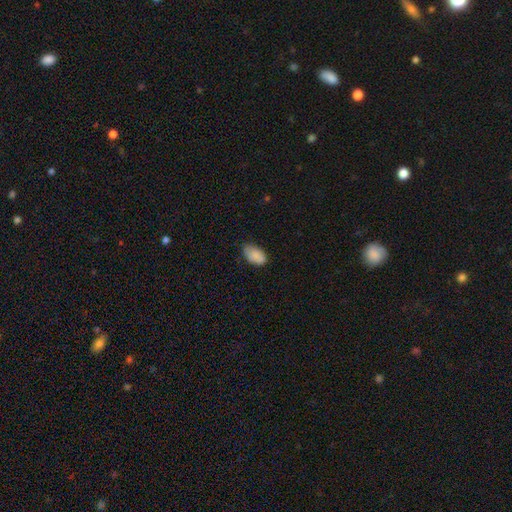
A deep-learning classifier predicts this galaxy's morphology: smooth_or_featured: smooth (p=0.85) [alt: featured or disk p=0.07]
how_rounded: in between (p=0.93) [alt: round p=0.06]
merging: none (p=0.66) [alt: minor disturbance p=0.27]